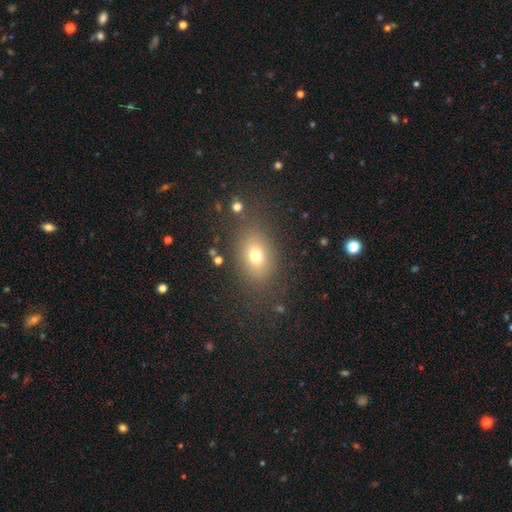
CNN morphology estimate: Smooth or featured? Predicted: smooth (p=0.72). How rounded? Predicted: in between (p=0.72). Merging? Predicted: none (p=0.79).